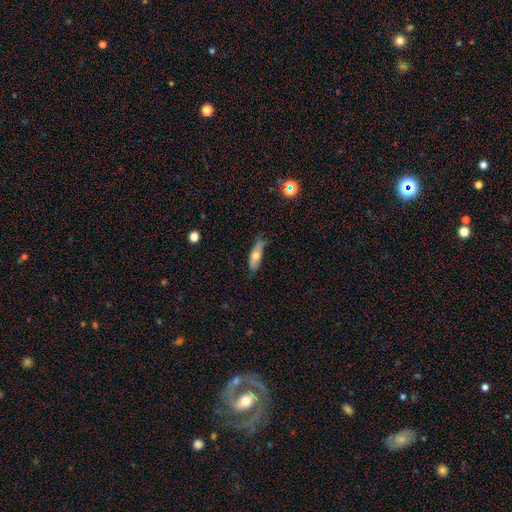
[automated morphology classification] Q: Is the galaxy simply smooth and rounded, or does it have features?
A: smooth — 62%.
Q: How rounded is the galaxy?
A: in between — 52%.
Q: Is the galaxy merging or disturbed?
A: none — 68%.